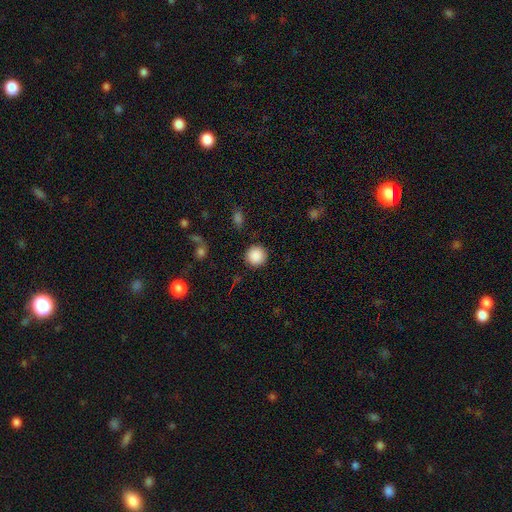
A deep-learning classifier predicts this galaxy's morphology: Q: Smooth or featured?
A: smooth (88%); runner-up: star or artifact (9%)
Q: How rounded?
A: round (95%); runner-up: in between (4%)
Q: Merging?
A: none (91%); runner-up: minor disturbance (5%)